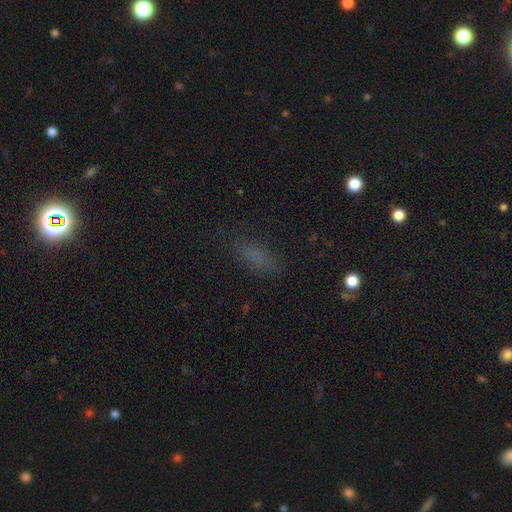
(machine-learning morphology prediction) A smooth galaxy with no disk features (70%) that is in between round and cigar-shaped (61%). Merging: none (75%).